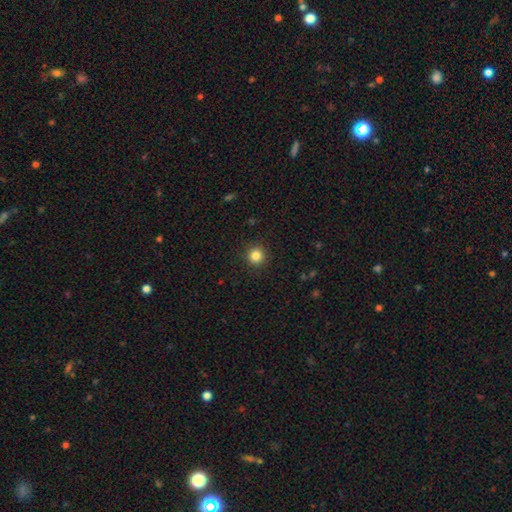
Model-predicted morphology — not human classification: type=smooth (84%); roundness=round (95%); merging=none (92%).